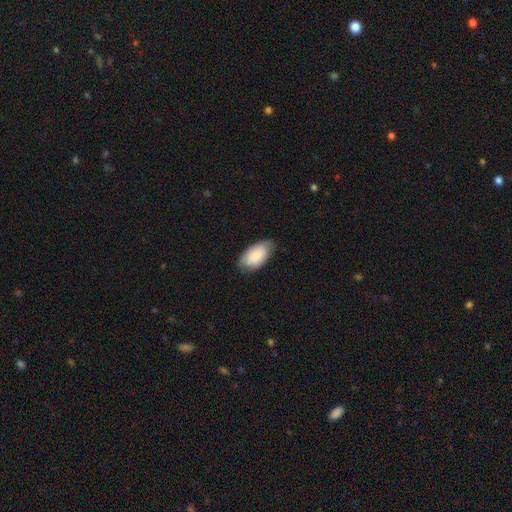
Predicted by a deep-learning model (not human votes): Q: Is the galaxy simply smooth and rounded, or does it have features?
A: smooth — 81%.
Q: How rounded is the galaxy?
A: in between — 95%.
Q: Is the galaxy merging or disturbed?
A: none — 71%.